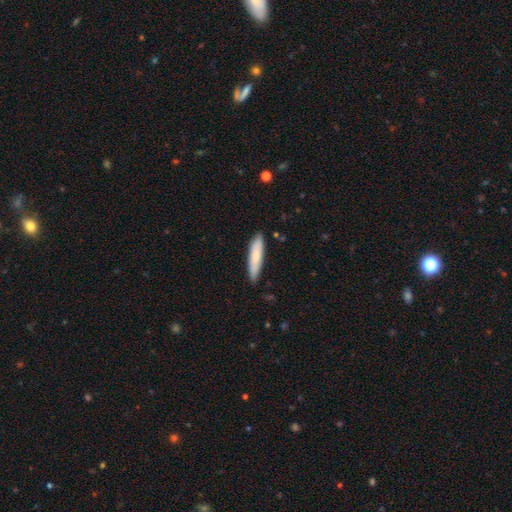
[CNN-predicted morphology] Smooth or featured?
  - smooth: 79% *
  - featured or disk: 15%
  - star or artifact: 5%
How rounded?
  - cigar-shaped: 78% *
  - in between: 21%
  - round: 1%
Merging?
  - none: 86% *
  - minor disturbance: 11%
  - major disturbance: 2%
  - merger: 1%